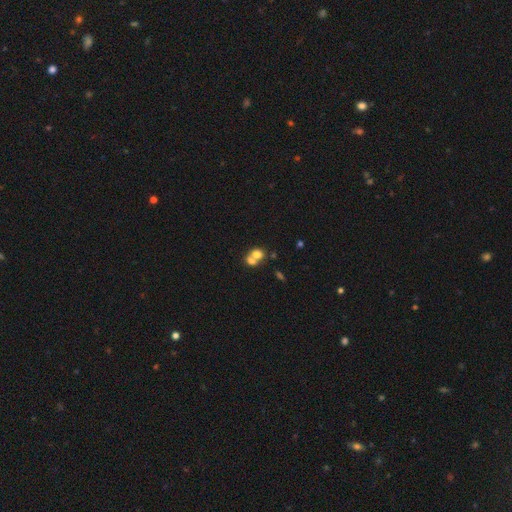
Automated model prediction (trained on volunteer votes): Smooth or featured? smooth (71%)
How rounded? round (54%)
Merging? merger (62%)